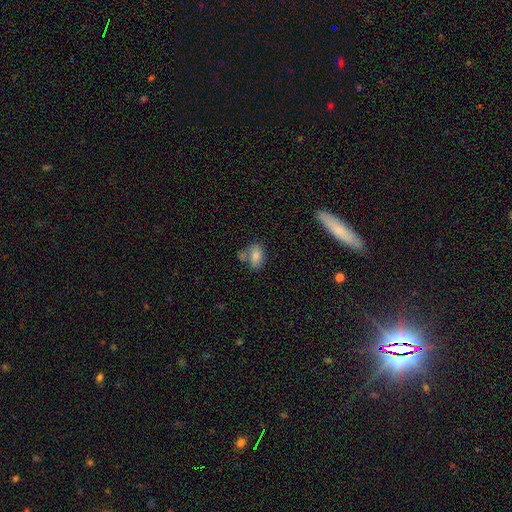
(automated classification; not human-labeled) A smooth galaxy with no disk features (81%) that is in between round and cigar-shaped (86%).

Vote fractions:
- Smooth or featured? smooth: 81% / featured or disk: 10% / star or artifact: 9%
- How rounded? in between: 86% / round: 12% / cigar-shaped: 2%
- Merging? none: 52% / merger: 24% / minor disturbance: 17% / major disturbance: 6%